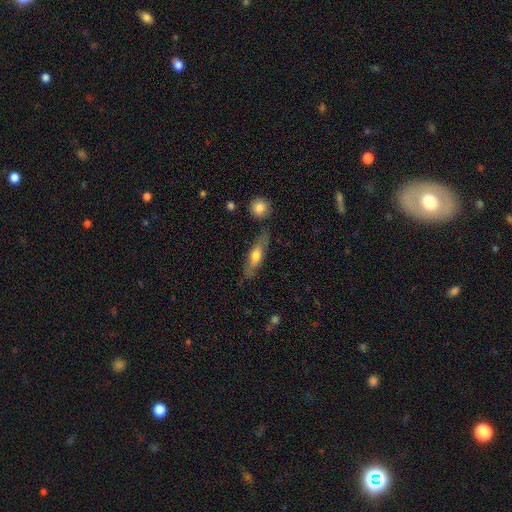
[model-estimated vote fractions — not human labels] The model was most divided on "smooth or featured": smooth: 55%, featured or disk: 39%, star or artifact: 6%. More confident: merging — none (76%); how rounded — cigar-shaped (58%).